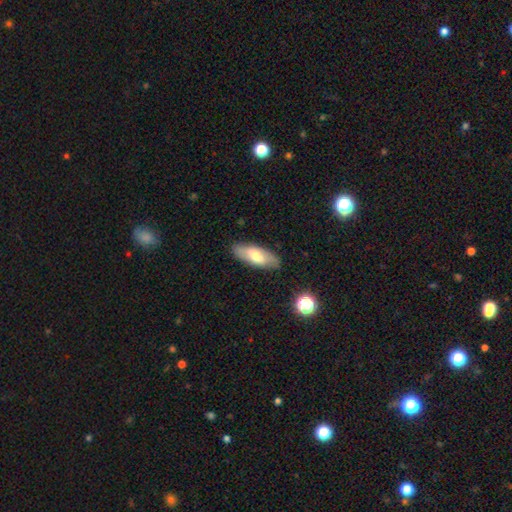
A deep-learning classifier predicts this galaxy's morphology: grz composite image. It shows a smooth galaxy with no disk features (59%) that is in between round and cigar-shaped (78%). Merging: none (85%).